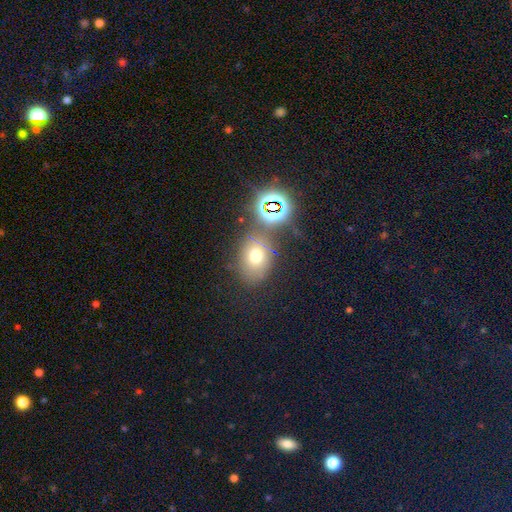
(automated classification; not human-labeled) Smooth or featured?
  - smooth: 64% *
  - star or artifact: 22%
  - featured or disk: 15%
How rounded?
  - in between: 64% *
  - round: 34%
  - cigar-shaped: 1%
Merging?
  - none: 68% *
  - minor disturbance: 14%
  - merger: 11%
  - major disturbance: 7%